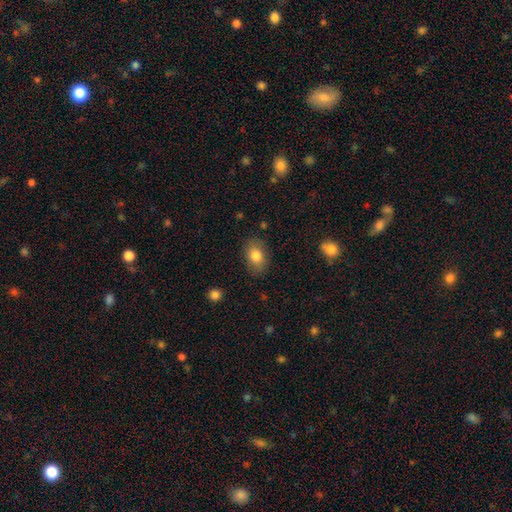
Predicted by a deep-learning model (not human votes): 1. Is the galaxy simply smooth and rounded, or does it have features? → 80% smooth, 12% featured or disk, 8% star or artifact.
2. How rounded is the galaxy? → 82% in between, 16% round, 1% cigar-shaped.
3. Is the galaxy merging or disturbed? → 84% none, 12% minor disturbance, 3% major disturbance, 1% merger.